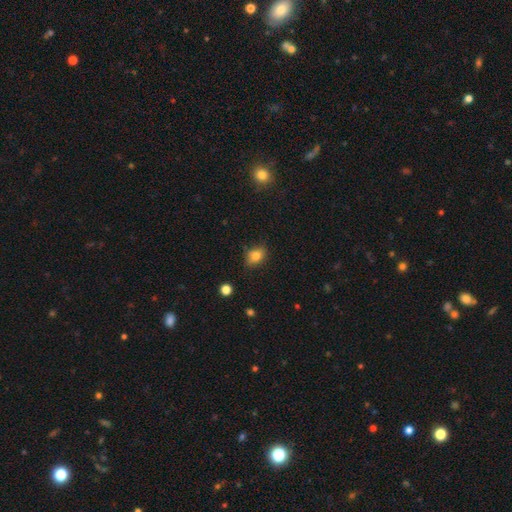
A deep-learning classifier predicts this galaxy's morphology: This is likely a smooth galaxy (80%). How rounded: likely in between (69%). Merging: likely none (74%).